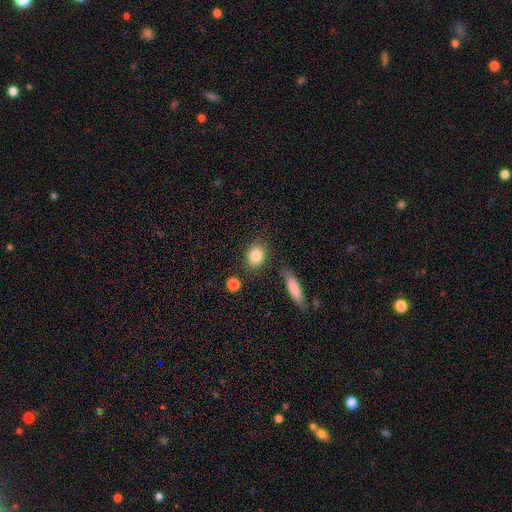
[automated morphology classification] Overall: smooth (84%). How rounded: in between (52%; round 45%). Merging: none (78%).